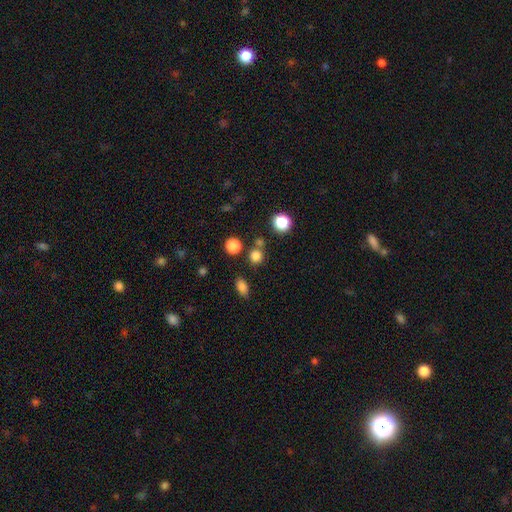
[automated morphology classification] smooth 78%, star or artifact 17%, featured or disk 5%. Down the decision tree: how rounded — round (88%); merging — none (74%).